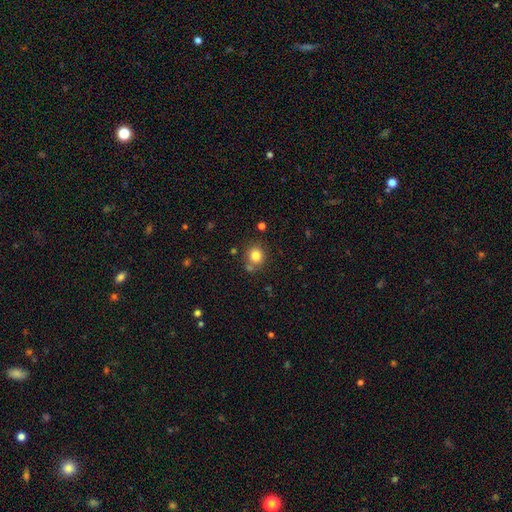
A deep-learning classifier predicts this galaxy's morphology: Overall: smooth (81%). How rounded: round (86%). Merging: none (73%).